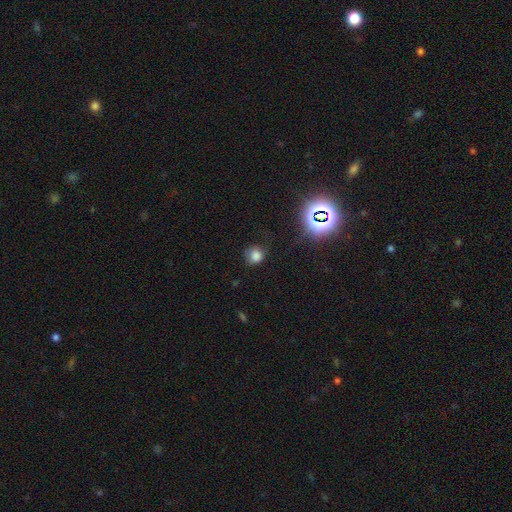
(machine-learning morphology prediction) smooth_or_featured: smooth (p=0.75) [alt: star or artifact p=0.18]
how_rounded: round (p=0.80) [alt: in between p=0.19]
merging: none (p=0.66) [alt: minor disturbance p=0.23]